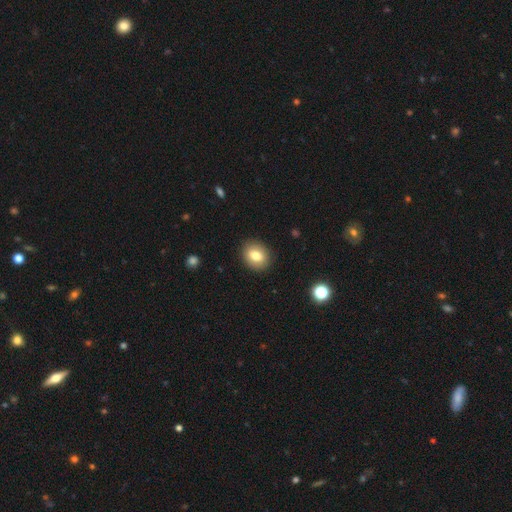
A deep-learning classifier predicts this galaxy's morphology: Smooth or featured? Predicted: smooth (p=0.79). How rounded? Predicted: in between (p=0.51). Merging? Predicted: none (p=0.89).